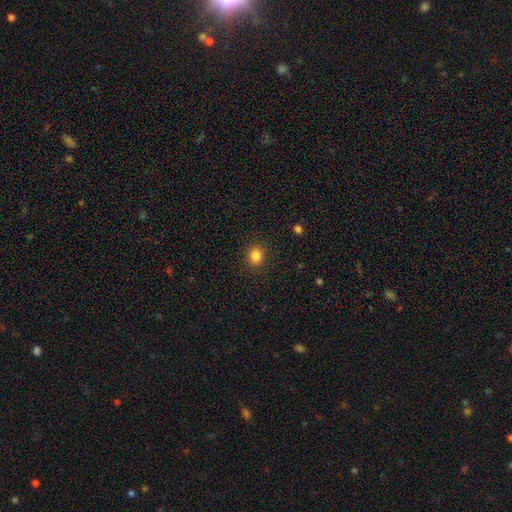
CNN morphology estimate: This appears to be a smooth galaxy with no disk features (85%) that is round (78%). Merging: none (90%).